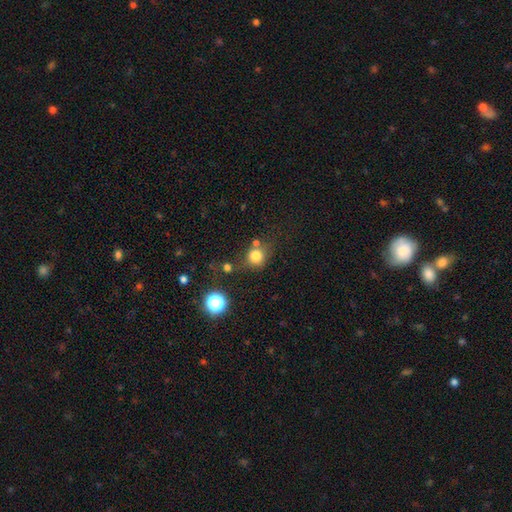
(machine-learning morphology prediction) This appears to be a smooth galaxy with no disk features (78%) that is round (86%). Merging: none (64%).